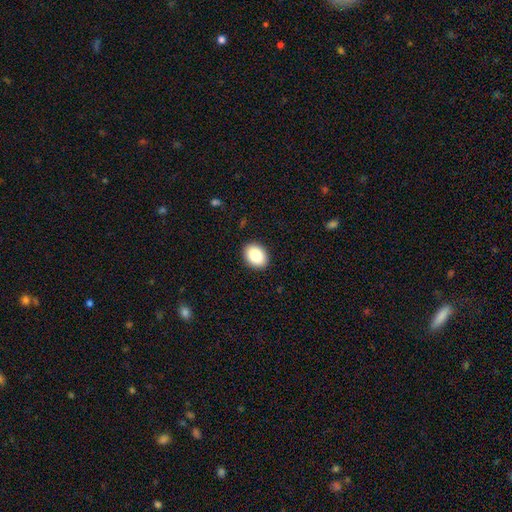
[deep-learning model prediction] smooth-or-featured: smooth: 85% | star or artifact: 8% | featured or disk: 7%
  how-rounded: in between: 65% | round: 34% | cigar-shaped: 1%
  merging: none: 91% | minor disturbance: 7% | major disturbance: 2% | merger: 1%